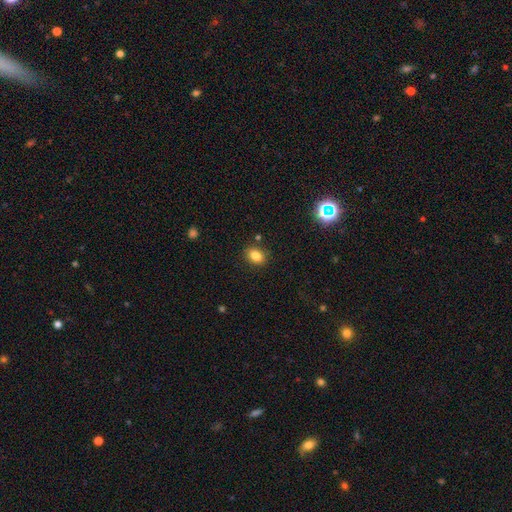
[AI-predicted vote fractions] Smooth or featured? Predicted: smooth (p=0.83). How rounded? Predicted: in between (p=0.68). Merging? Predicted: none (p=0.84).